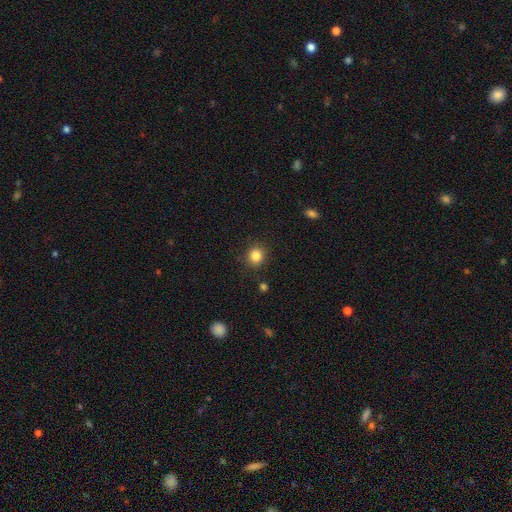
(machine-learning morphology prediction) Q: Smooth or featured?
A: smooth (84%); runner-up: star or artifact (11%)
Q: How rounded?
A: round (85%); runner-up: in between (15%)
Q: Merging?
A: none (89%); runner-up: minor disturbance (7%)